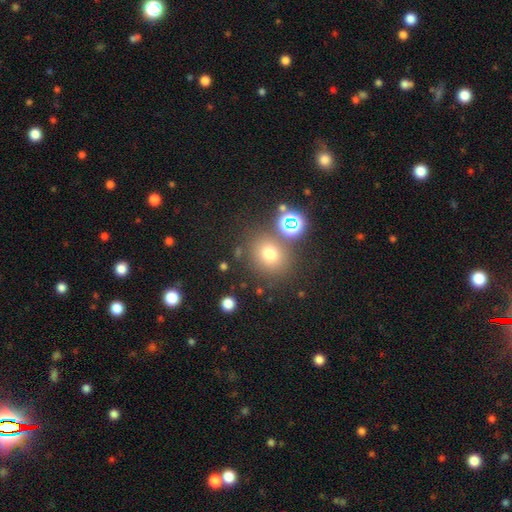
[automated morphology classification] Overall: smooth (57%; star or artifact 33%). How rounded: round (83%). Merging: none (75%).